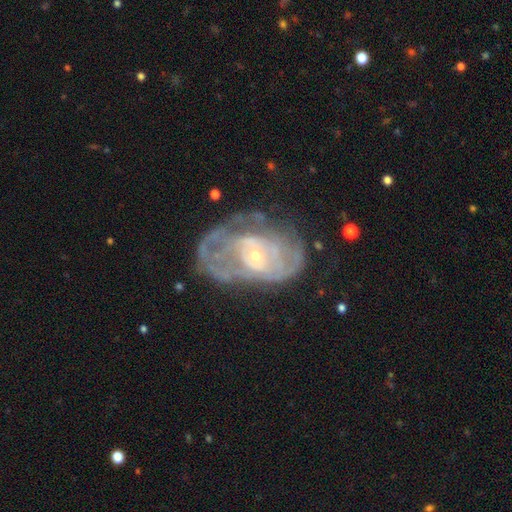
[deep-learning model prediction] smooth-or-featured: featured or disk: 79% | smooth: 13% | star or artifact: 8%
  disk-edge-on: no: 96% | yes: 4%
    bar: no: 71% | weak: 23% | strong: 6%
    has-spiral-arms: yes: 74% | no: 26%
      spiral-winding: tight: 55% | medium: 31% | loose: 14%
      spiral-arm-count: can't tell: 52% | 2: 23% | 3: 9% | 1: 7% | 4: 5% | more than 4: 4%
    bulge-size: small: 74% | moderate: 22% | large: 2% | none: 2% | dominant: 1%
  merging: none: 42% | major disturbance: 31% | minor disturbance: 23% | merger: 4%